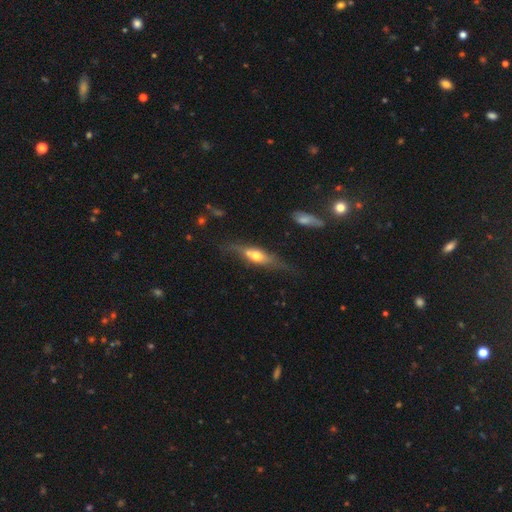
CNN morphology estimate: This is possibly a featured or disk galaxy (51%). It is likely viewed edge-on (70%). Merging: possibly none (53%).